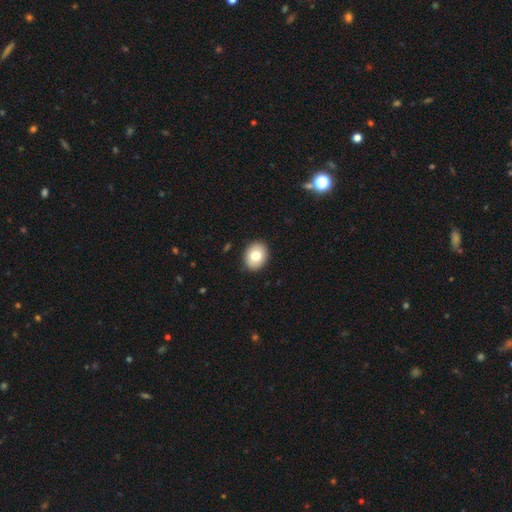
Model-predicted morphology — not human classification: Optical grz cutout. It shows a smooth galaxy with no disk features (78%) that is in between round and cigar-shaped (51%). Merging: none (90%).